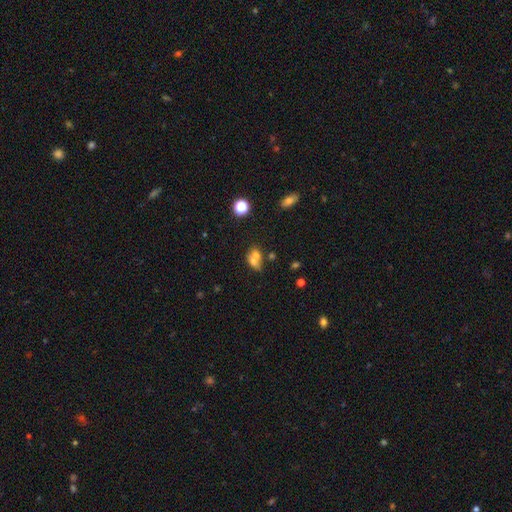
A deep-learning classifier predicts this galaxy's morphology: Overall: smooth (63%). How rounded: in between (55%; round 42%). Merging: merger (62%; none 25%).